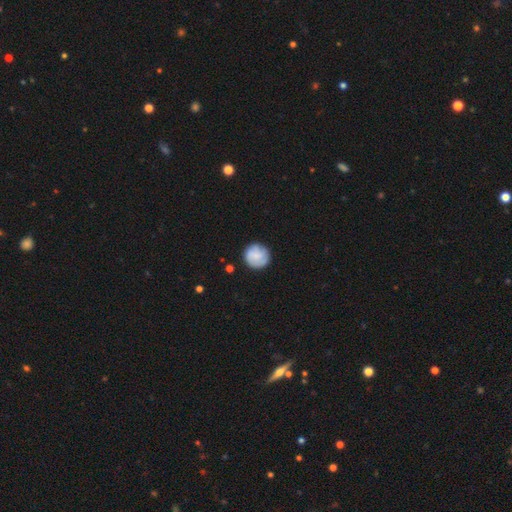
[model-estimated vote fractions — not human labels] Morphology: type=smooth (73%); roundness=round (93%); merging=none (81%).